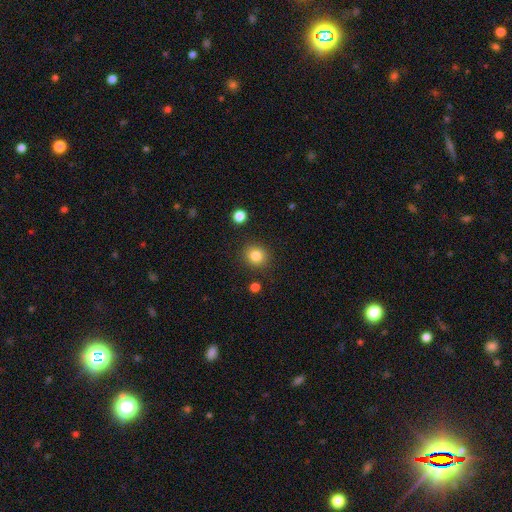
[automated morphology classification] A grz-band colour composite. It shows a smooth galaxy with no disk features (84%) that is round (86%). Merging: none (88%).